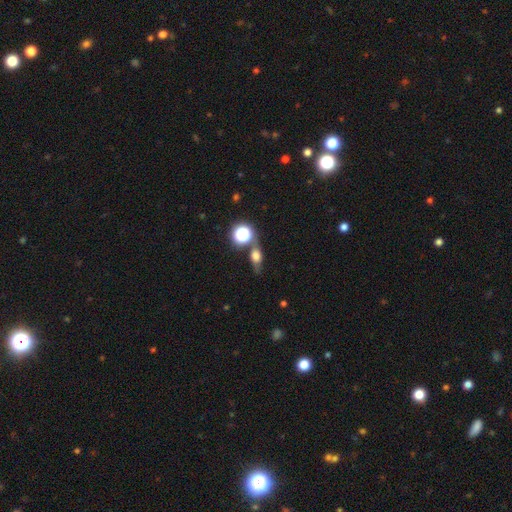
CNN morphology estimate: A smooth galaxy with no disk features (58%) that is in between round and cigar-shaped (52%).

Vote fractions:
- Smooth or featured? smooth: 58% / featured or disk: 23% / star or artifact: 19%
- How rounded? in between: 52% / round: 34% / cigar-shaped: 14%
- Merging? none: 62% / minor disturbance: 17% / merger: 14% / major disturbance: 7%